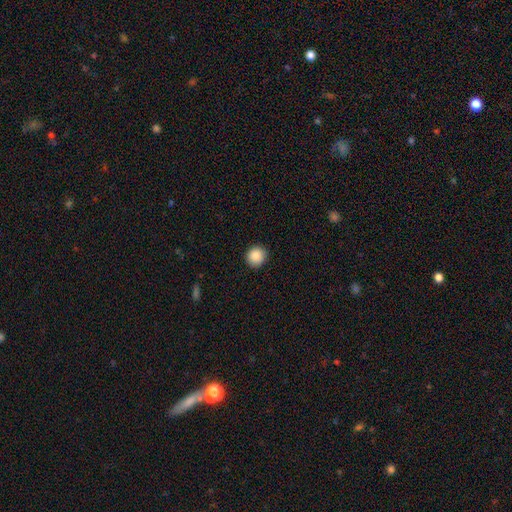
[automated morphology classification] smooth-or-featured: smooth: 88% | star or artifact: 8% | featured or disk: 3%
  how-rounded: round: 91% | in between: 8% | cigar-shaped: 1%
  merging: none: 90% | minor disturbance: 7% | major disturbance: 2% | merger: 1%